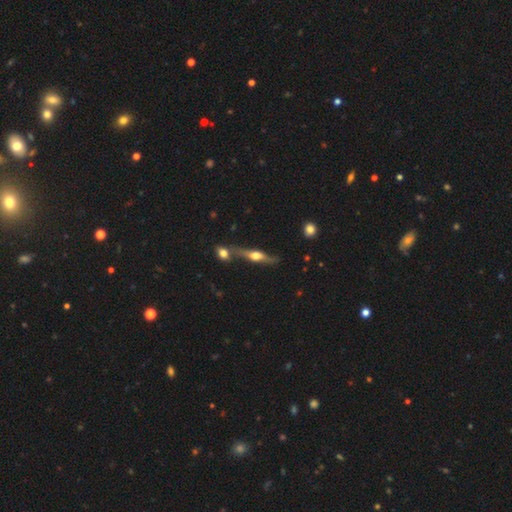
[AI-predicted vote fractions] Smooth or featured? Predicted: featured or disk (p=0.71). Edge-on disk? Predicted: yes (p=0.94). Edge-on bulge? Predicted: rounded (p=0.93). Merging? Predicted: none (p=0.65).